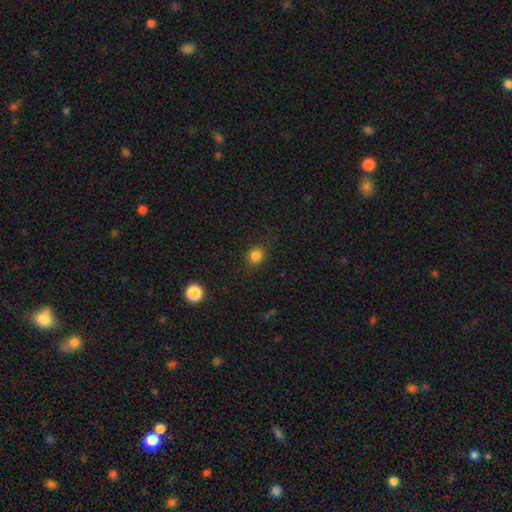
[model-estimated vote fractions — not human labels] Smooth or featured? Predicted: smooth (p=0.82). How rounded? Predicted: round (p=0.78). Merging? Predicted: none (p=0.84).